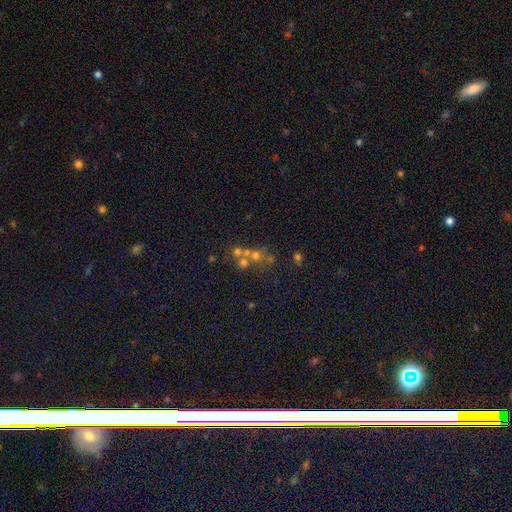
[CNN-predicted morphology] Smooth or featured: smooth — 47% (featured or disk — 27%)
Merging: merger — 43% (none — 42%)